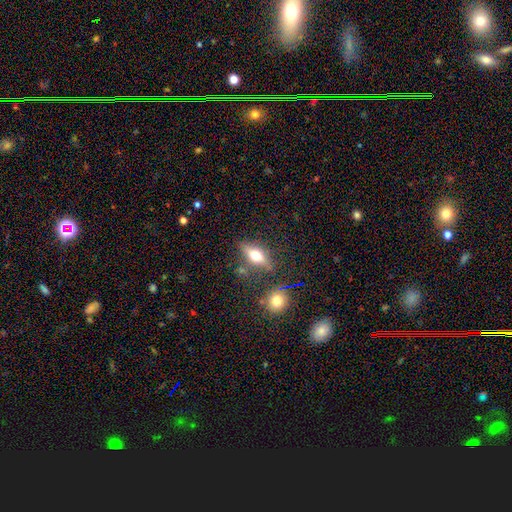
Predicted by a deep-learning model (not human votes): smooth_or_featured: smooth (p=0.54) [alt: featured or disk p=0.37]
how_rounded: in between (p=0.67) [alt: cigar-shaped p=0.25]
merging: none (p=0.73) [alt: minor disturbance p=0.14]